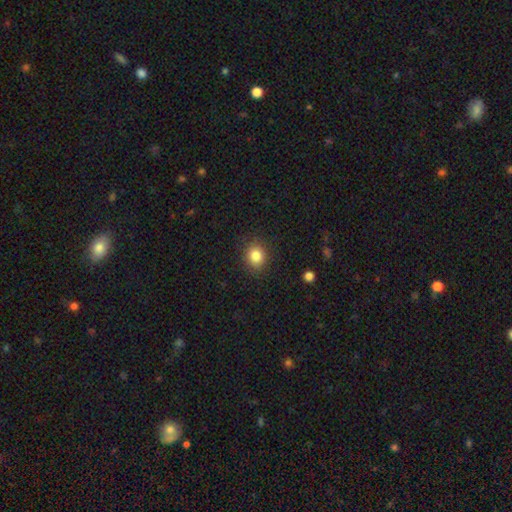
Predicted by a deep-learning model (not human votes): The model was most divided on "how rounded": round: 67%, in between: 33%, cigar-shaped: 1%. More confident: merging — none (86%); smooth or featured — smooth (84%).